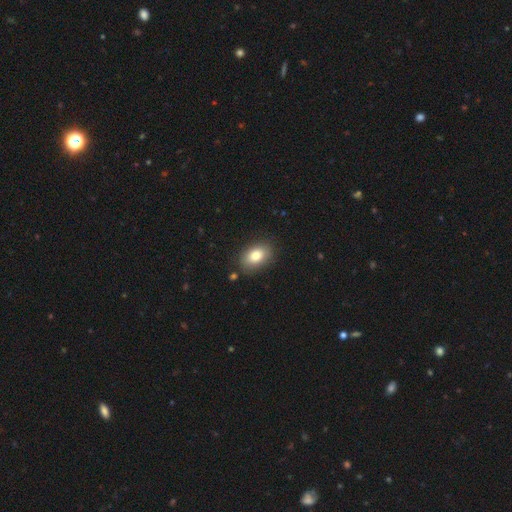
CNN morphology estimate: smooth-or-featured: smooth: 81% | featured or disk: 10% | star or artifact: 8%
  how-rounded: in between: 85% | round: 13% | cigar-shaped: 1%
  merging: none: 84% | minor disturbance: 11% | major disturbance: 3% | merger: 2%